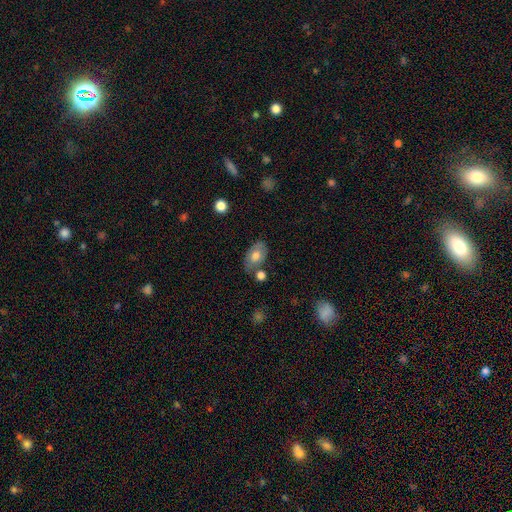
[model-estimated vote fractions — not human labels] smooth_or_featured: smooth (p=0.68) [alt: featured or disk p=0.25]
how_rounded: in between (p=0.89) [alt: round p=0.09]
merging: none (p=0.66) [alt: minor disturbance p=0.18]